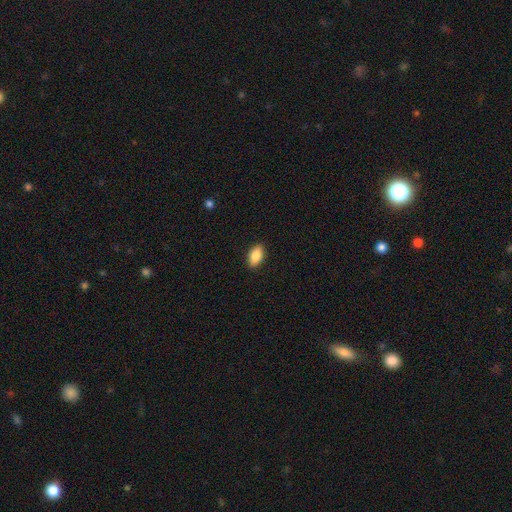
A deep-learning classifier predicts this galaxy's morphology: smooth_or_featured: smooth (p=0.85) [alt: featured or disk p=0.08]
how_rounded: in between (p=0.91) [alt: cigar-shaped p=0.05]
merging: none (p=0.89) [alt: minor disturbance p=0.08]